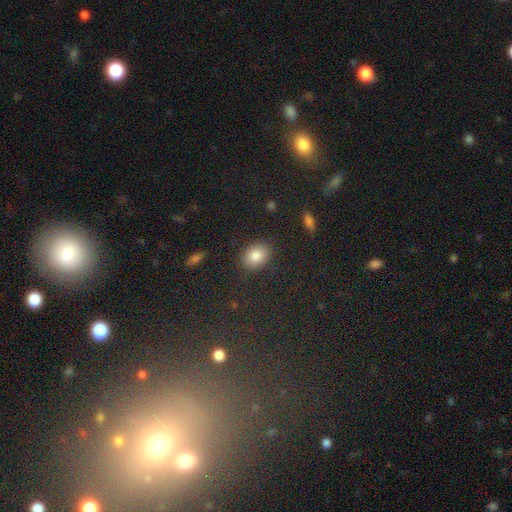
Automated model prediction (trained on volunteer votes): smooth_or_featured: smooth (p=0.84) [alt: star or artifact p=0.09]
how_rounded: in between (p=0.67) [alt: round p=0.32]
merging: none (p=0.86) [alt: minor disturbance p=0.10]